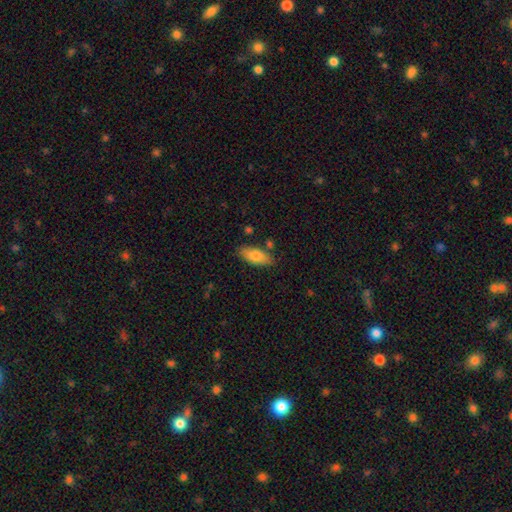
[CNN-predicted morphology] This appears to be a smooth galaxy with no disk features (79%) that is in between round and cigar-shaped (80%). Merging: none (80%).